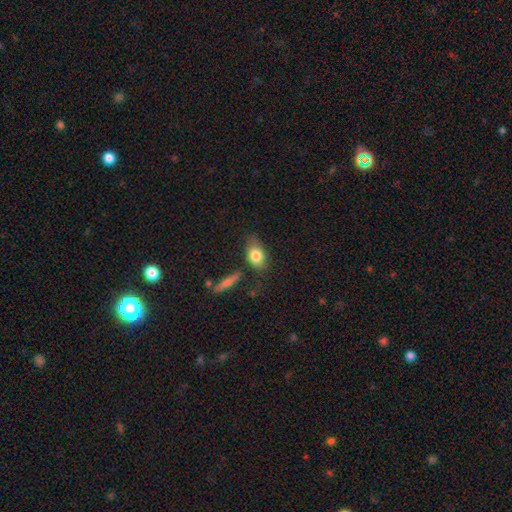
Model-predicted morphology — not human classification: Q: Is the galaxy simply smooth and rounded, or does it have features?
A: smooth — 80%.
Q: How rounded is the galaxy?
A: in between — 78%.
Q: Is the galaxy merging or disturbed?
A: none — 63%.